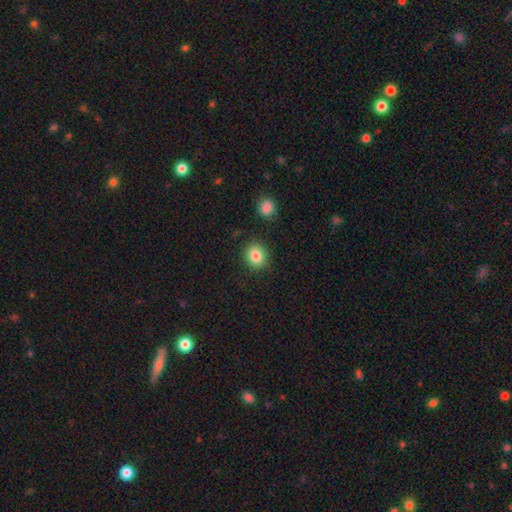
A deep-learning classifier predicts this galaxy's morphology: Overall: smooth (85%). How rounded: round (73%). Merging: none (85%).